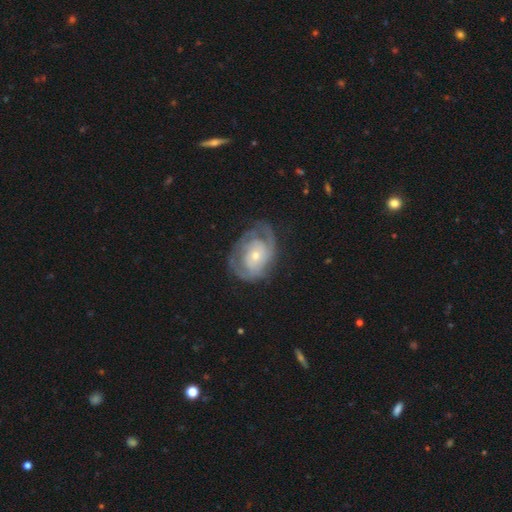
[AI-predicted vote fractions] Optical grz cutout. It shows a featured or disk galaxy (77%) with no bar (76%), tight (55%) spiral arms (84%) and a small central bulge (60%). Merging: none (60%).